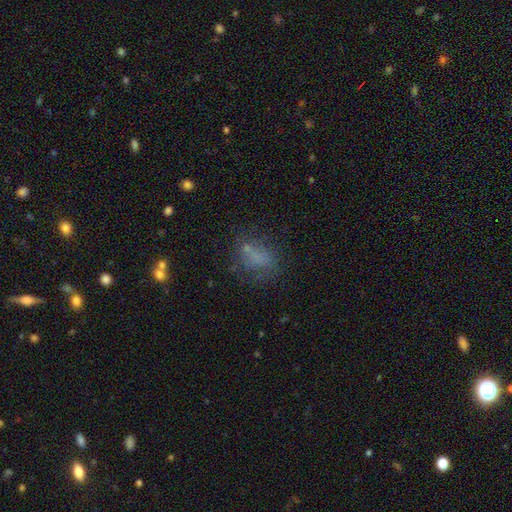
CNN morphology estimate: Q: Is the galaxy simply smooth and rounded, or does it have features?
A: smooth — 60%.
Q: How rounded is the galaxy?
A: in between — 72%.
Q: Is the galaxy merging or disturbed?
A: none — 53%.